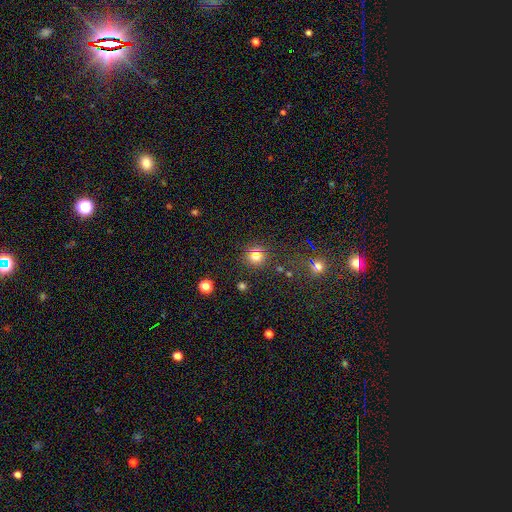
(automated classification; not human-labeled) smooth 54%, star or artifact 37%, featured or disk 9%. Down the decision tree: how rounded — round (91%); merging — none (81%).